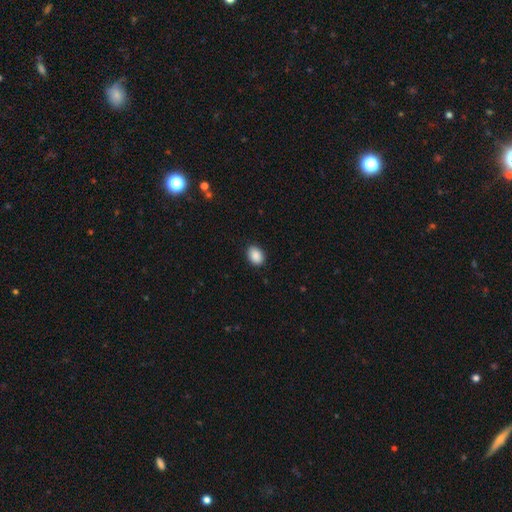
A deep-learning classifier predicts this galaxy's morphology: smooth-or-featured: smooth: 90% | star or artifact: 7% | featured or disk: 3%
  how-rounded: in between: 77% | round: 22% | cigar-shaped: 1%
  merging: none: 89% | minor disturbance: 8% | major disturbance: 2% | merger: 1%